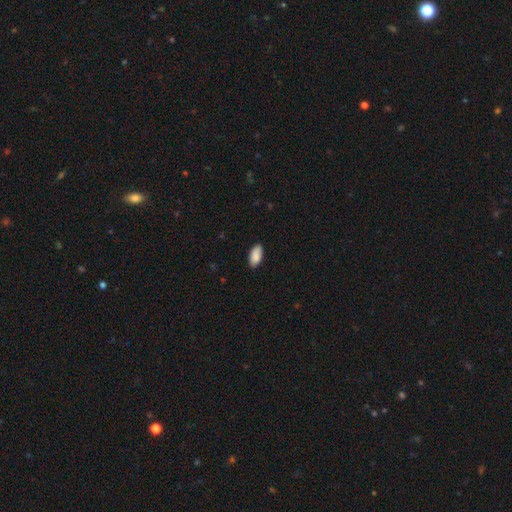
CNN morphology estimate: type=smooth (89%); roundness=in between (93%); merging=none (83%).